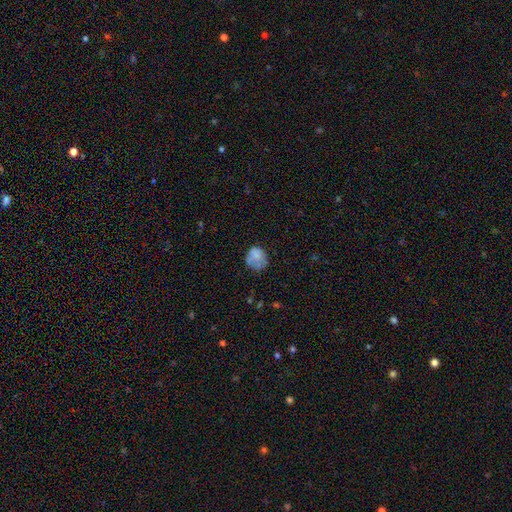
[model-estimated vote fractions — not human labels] smooth_or_featured: smooth (p=0.70) [alt: featured or disk p=0.20]
how_rounded: round (p=0.75) [alt: in between p=0.24]
merging: none (p=0.55) [alt: minor disturbance p=0.27]